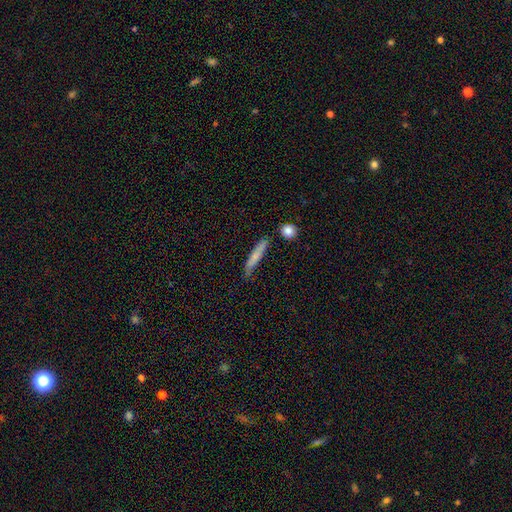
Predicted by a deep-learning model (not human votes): Smooth or featured? smooth (69%)
How rounded? cigar-shaped (91%)
Merging? none (71%)